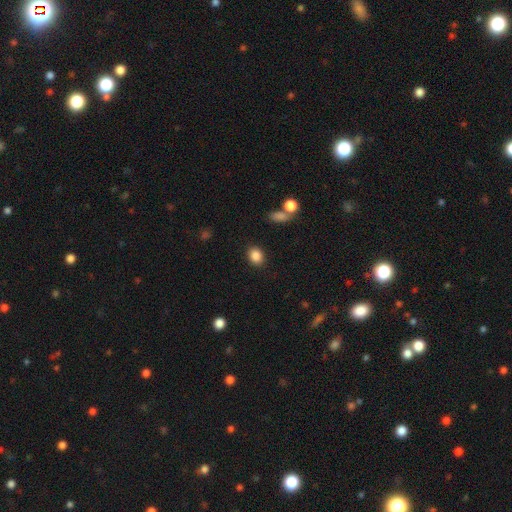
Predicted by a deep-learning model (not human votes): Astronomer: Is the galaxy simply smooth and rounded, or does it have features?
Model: smooth — 87%.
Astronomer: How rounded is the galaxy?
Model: round — 55% (runner-up: in between, 44%).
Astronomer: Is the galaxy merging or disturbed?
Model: none — 87%.